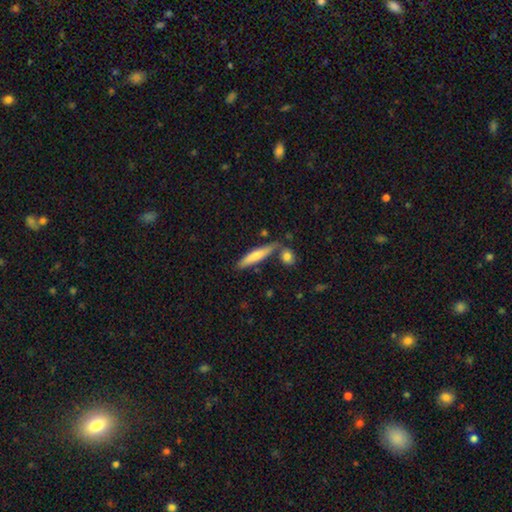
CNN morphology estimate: Smooth or featured: smooth — 68% (featured or disk — 27%)
How rounded: cigar-shaped — 85% (in between — 13%)
Merging: none — 69% (minor disturbance — 14%)